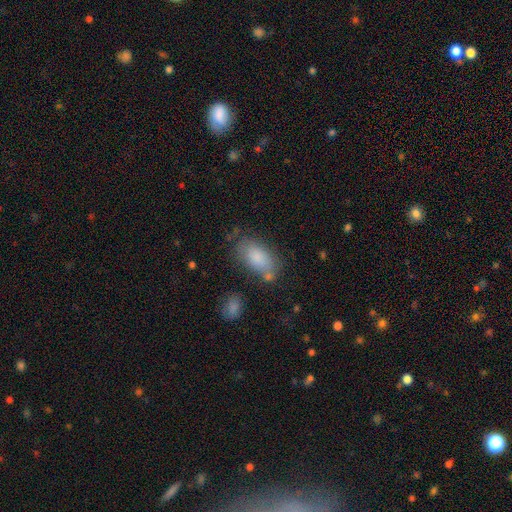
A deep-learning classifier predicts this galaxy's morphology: This is clearly a smooth galaxy (82%). How rounded: clearly in between (91%). Merging: likely none (67%).